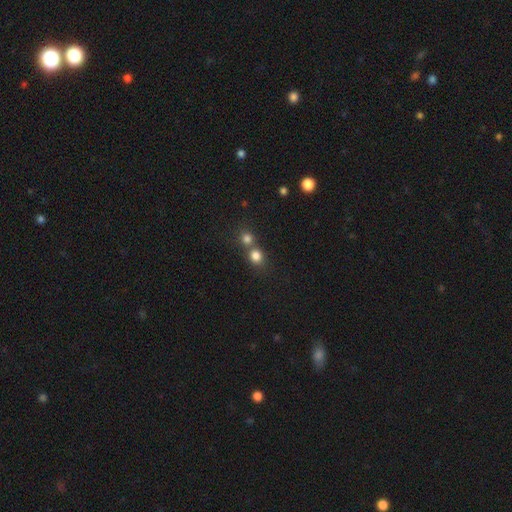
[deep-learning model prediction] The model was most divided on "merging": none: 46%, merger: 45%, minor disturbance: 6%, major disturbance: 3%. More confident: smooth or featured — smooth (80%); how rounded — round (80%).